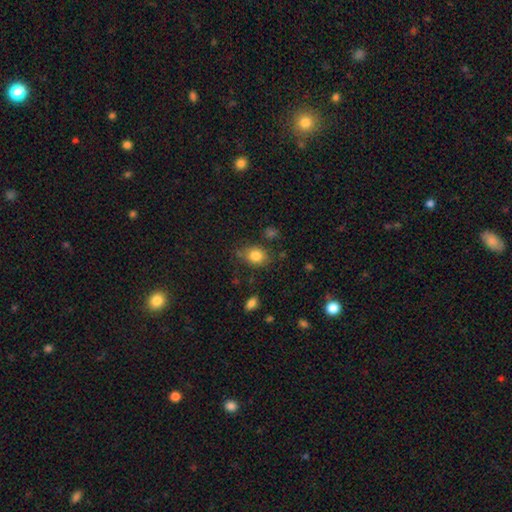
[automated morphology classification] A smooth galaxy with no disk features (83%) that is in between round and cigar-shaped (50%). Merging: none (73%).